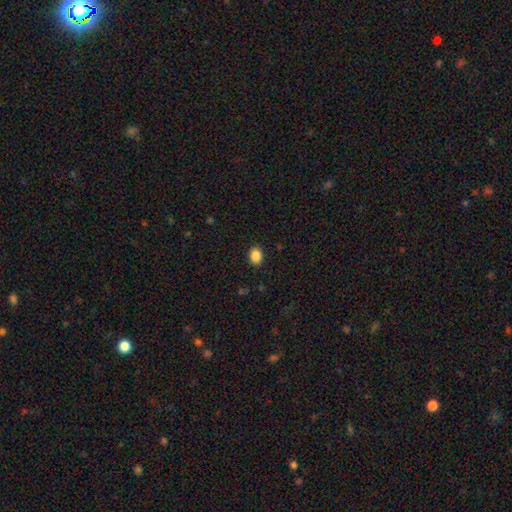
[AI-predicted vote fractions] Smooth or featured? Predicted: smooth (p=0.87). How rounded? Predicted: in between (p=0.62). Merging? Predicted: none (p=0.90).